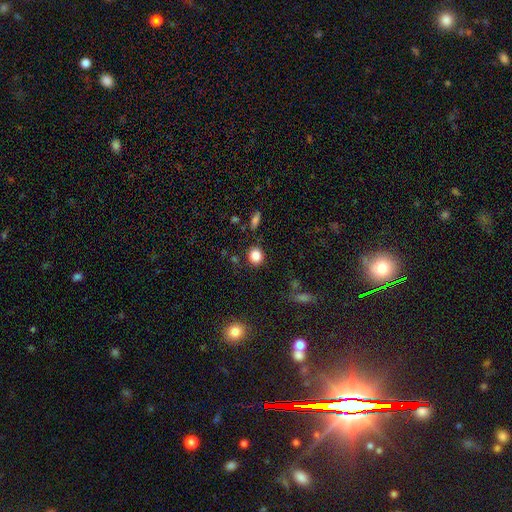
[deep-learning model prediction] Morphology: type=smooth (86%); roundness=round (72%); merging=none (85%).